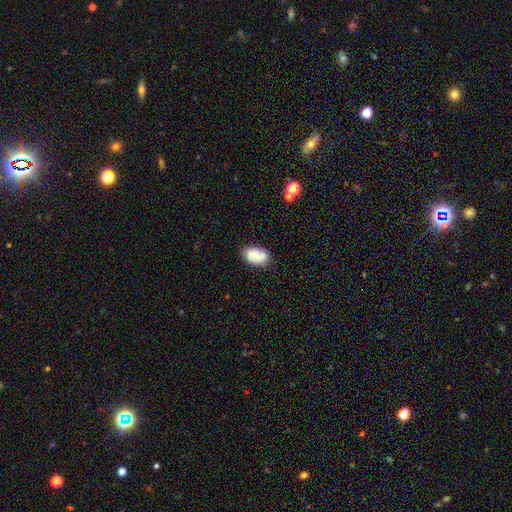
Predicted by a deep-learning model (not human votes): Overall: smooth (70%). How rounded: in between (89%). Merging: none (78%).